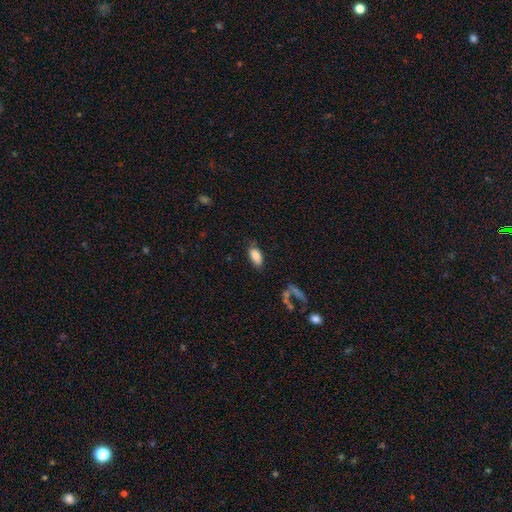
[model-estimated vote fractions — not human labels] Overall: smooth (86%). How rounded: in between (91%). Merging: none (73%).